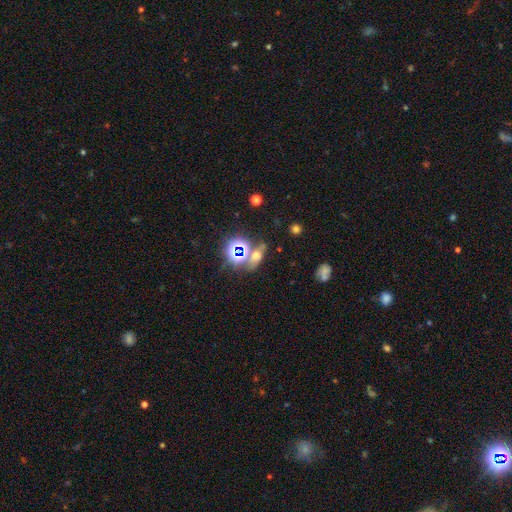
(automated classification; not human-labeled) star or artifact 46%, smooth 36%, featured or disk 17%.